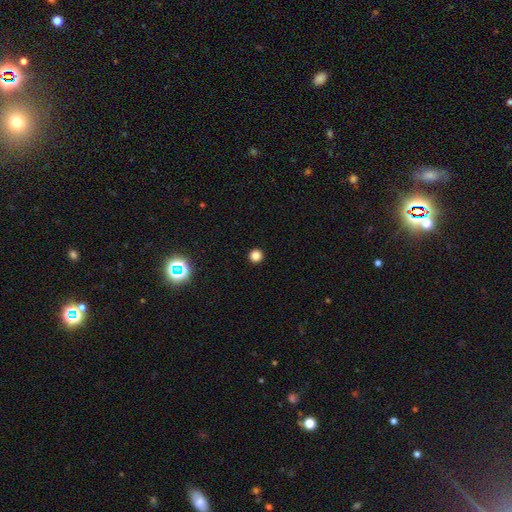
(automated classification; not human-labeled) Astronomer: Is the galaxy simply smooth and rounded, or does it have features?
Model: smooth — 82%.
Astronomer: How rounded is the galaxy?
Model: round — 96%.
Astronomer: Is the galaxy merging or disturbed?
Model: none — 94%.